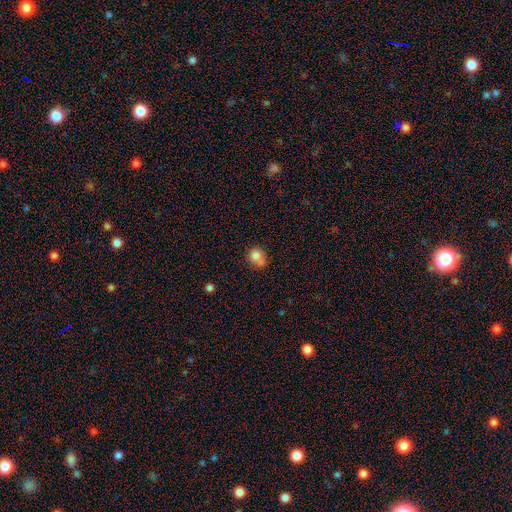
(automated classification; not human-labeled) The model was most divided on "merging": none: 47%, minor disturbance: 23%, merger: 22%, major disturbance: 7%. More confident: smooth or featured — smooth (79%); how rounded — round (75%).